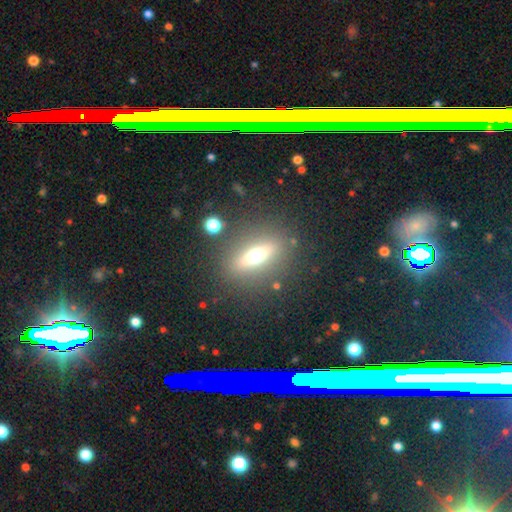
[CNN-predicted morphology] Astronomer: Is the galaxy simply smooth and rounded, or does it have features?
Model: smooth — 44% (runner-up: featured or disk, 43%).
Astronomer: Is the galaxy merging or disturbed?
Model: none — 82%.